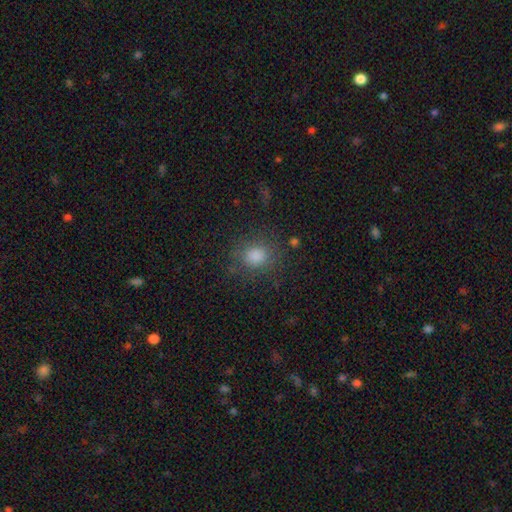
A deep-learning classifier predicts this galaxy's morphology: smooth 81%, star or artifact 13%, featured or disk 6%. Down the decision tree: how rounded — round (72%); merging — none (79%).